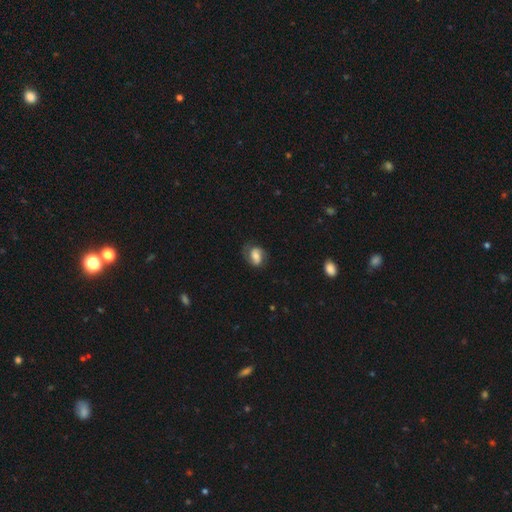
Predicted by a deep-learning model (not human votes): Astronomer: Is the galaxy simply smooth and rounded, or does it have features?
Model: featured or disk — 51% (runner-up: smooth, 41%).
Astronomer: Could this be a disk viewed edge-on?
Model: no — 96%.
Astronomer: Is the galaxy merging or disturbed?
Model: none — 64%.